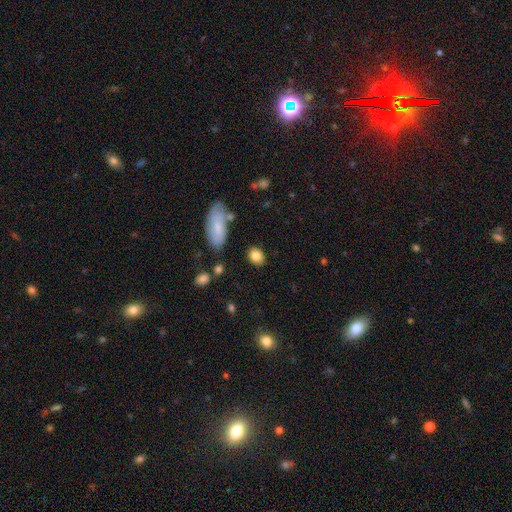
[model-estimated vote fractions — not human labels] A smooth galaxy with no disk features (83%) that is in between round and cigar-shaped (59%).

Vote fractions:
- Smooth or featured? smooth: 83% / star or artifact: 8% / featured or disk: 8%
- How rounded? in between: 59% / round: 39% / cigar-shaped: 2%
- Merging? none: 84% / minor disturbance: 10% / major disturbance: 3% / merger: 3%